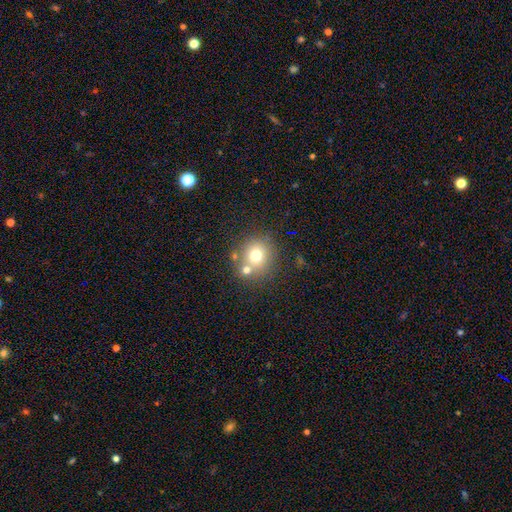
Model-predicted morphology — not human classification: Smooth or featured? smooth (71%)
How rounded? round (84%)
Merging? none (65%)